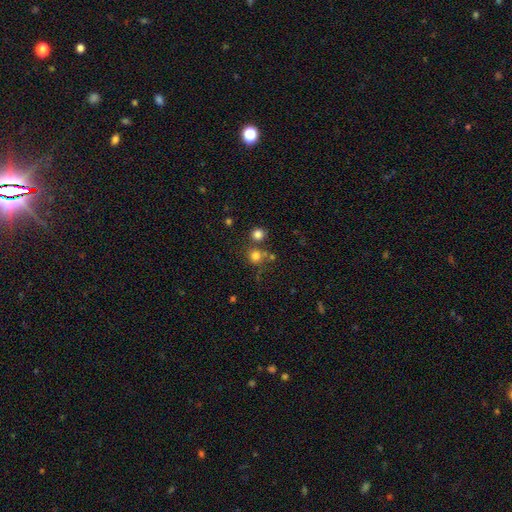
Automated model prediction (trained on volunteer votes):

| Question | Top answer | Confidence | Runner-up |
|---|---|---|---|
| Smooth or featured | smooth | 76% | star or artifact (16%) |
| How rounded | round | 89% | in between (10%) |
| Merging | none | 66% | merger (21%) |